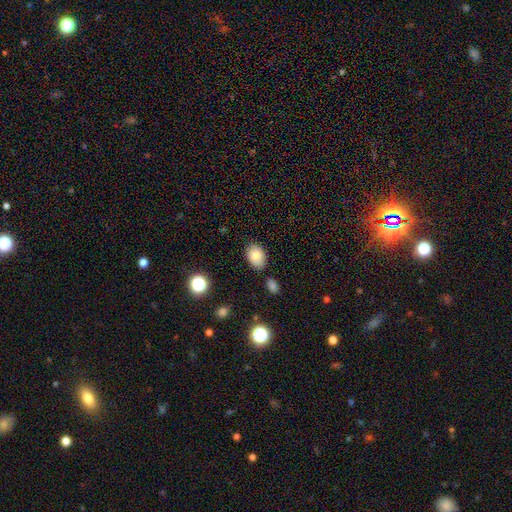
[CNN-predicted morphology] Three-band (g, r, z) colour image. It shows a smooth galaxy with no disk features (83%) that is in between round and cigar-shaped (83%). Merging: none (75%).